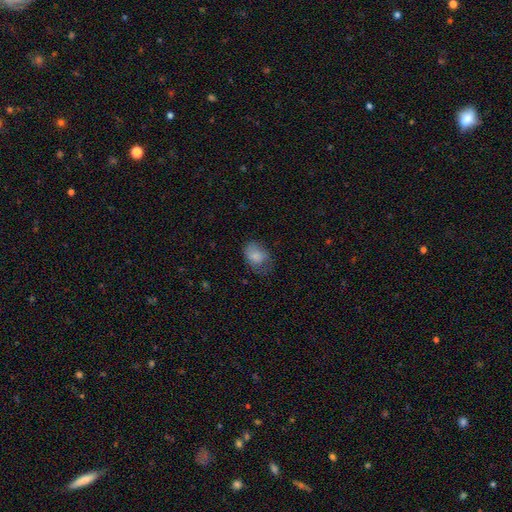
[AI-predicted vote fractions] The model was most divided on "merging": none: 45%, minor disturbance: 33%, major disturbance: 21%, merger: 1%. More confident: smooth or featured — smooth (80%); how rounded — in between (71%).